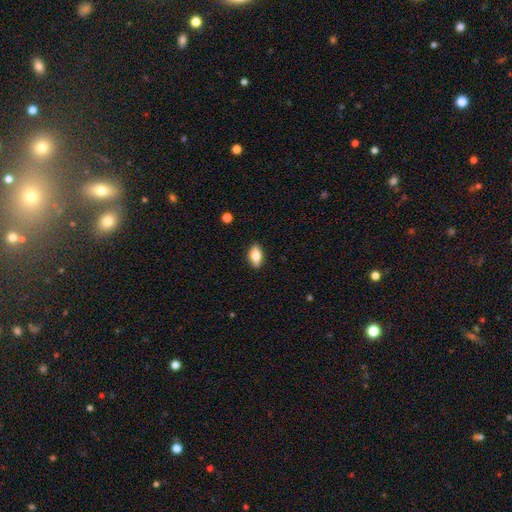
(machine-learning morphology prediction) Smooth or featured? Predicted: smooth (p=0.78). How rounded? Predicted: in between (p=0.88). Merging? Predicted: none (p=0.88).